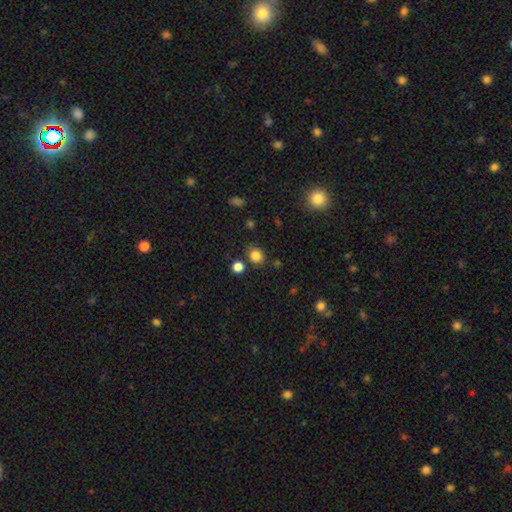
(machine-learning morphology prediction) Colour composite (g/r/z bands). It shows a smooth galaxy with no disk features (83%) that is round (70%). Merging: none (79%).